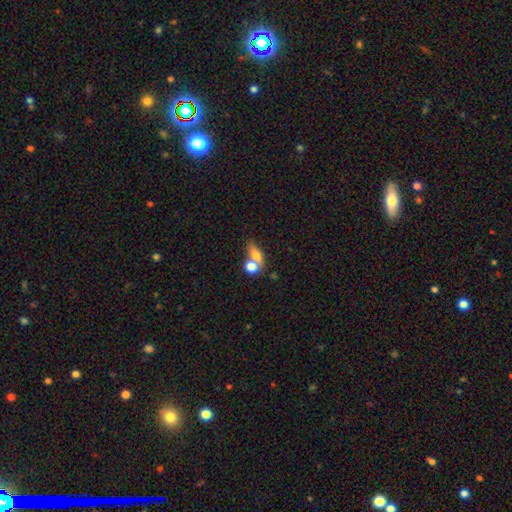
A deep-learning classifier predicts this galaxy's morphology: Smooth or featured? smooth (71%)
How rounded? in between (60%)
Merging? merger (51%)